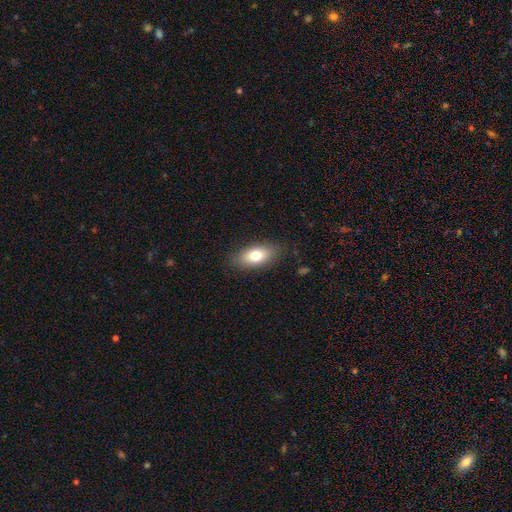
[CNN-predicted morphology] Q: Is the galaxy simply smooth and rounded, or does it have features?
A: smooth — 75%.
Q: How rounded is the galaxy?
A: in between — 86%.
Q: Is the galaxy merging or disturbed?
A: none — 84%.